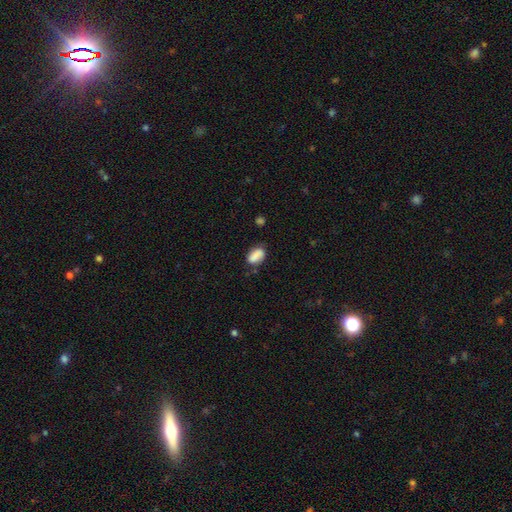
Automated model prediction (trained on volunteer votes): smooth 78%, featured or disk 14%, star or artifact 9%. Down the decision tree: how rounded — in between (86%); merging — none (63%).